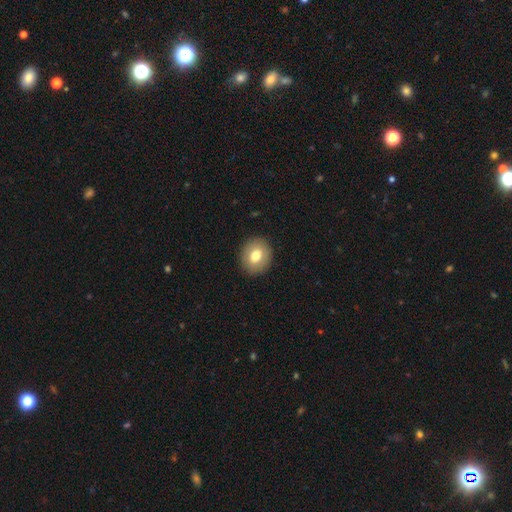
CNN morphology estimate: Smooth or featured?
  - smooth: 75% *
  - featured or disk: 17%
  - star or artifact: 8%
How rounded?
  - round: 67% *
  - in between: 32%
  - cigar-shaped: 1%
Merging?
  - none: 90% *
  - minor disturbance: 7%
  - major disturbance: 2%
  - merger: 1%